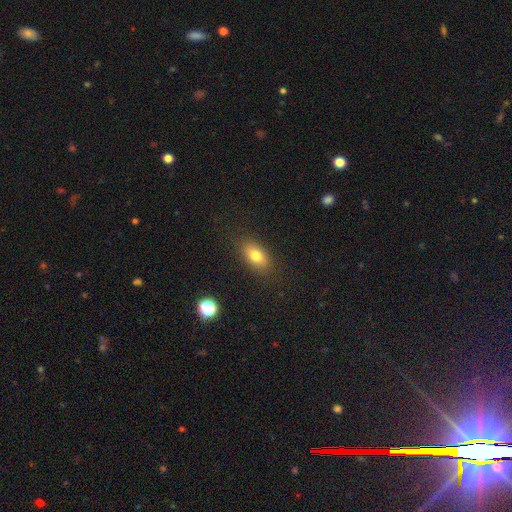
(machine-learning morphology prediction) smooth 78%, featured or disk 12%, star or artifact 10%. Down the decision tree: how rounded — in between (85%); merging — none (86%).